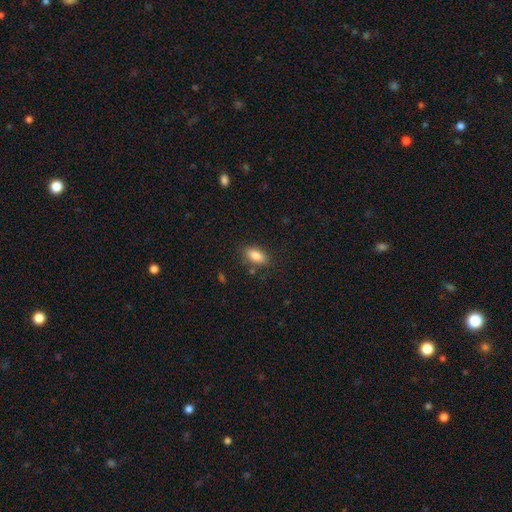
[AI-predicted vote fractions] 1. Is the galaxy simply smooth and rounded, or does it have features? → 83% smooth, 8% featured or disk, 8% star or artifact.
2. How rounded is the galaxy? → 87% in between, 9% cigar-shaped, 4% round.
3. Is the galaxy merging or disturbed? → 81% none, 13% minor disturbance, 3% major disturbance, 3% merger.